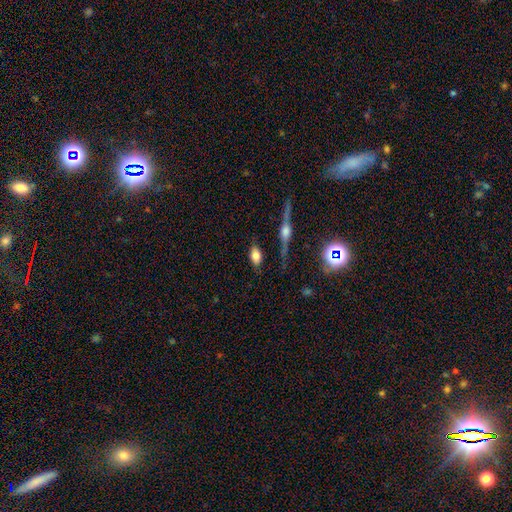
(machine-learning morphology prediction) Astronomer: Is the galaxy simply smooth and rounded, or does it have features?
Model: smooth — 71%.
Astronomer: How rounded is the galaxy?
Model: in between — 86%.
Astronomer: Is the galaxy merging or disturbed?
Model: none — 75%.